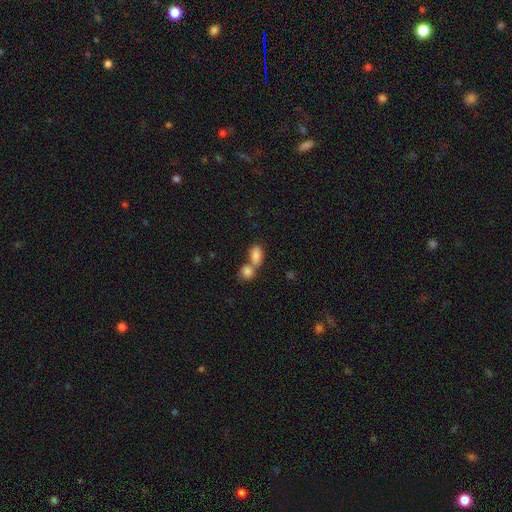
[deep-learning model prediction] Smooth or featured?
  - smooth: 85% *
  - star or artifact: 8%
  - featured or disk: 7%
How rounded?
  - in between: 82% *
  - round: 16%
  - cigar-shaped: 2%
Merging?
  - merger: 63% *
  - none: 27%
  - minor disturbance: 7%
  - major disturbance: 3%